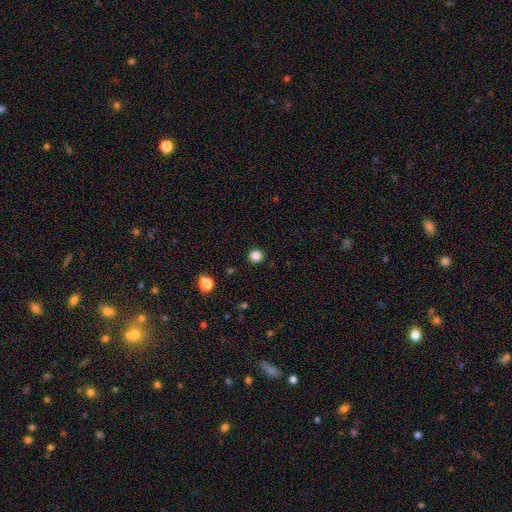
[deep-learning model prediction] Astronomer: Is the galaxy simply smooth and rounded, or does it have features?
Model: smooth — 84%.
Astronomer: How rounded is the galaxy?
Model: round — 93%.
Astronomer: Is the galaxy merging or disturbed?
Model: none — 92%.